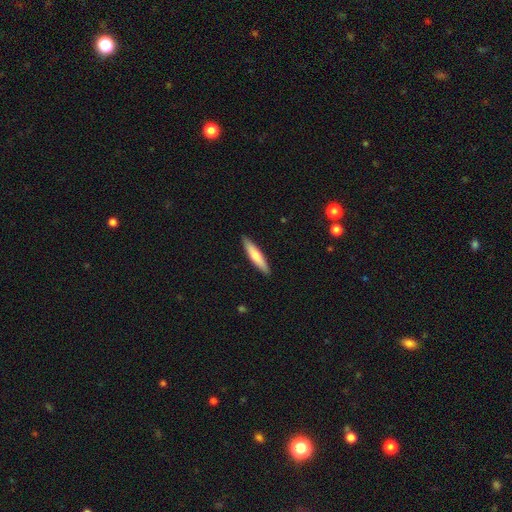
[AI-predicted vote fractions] Smooth or featured?
  - smooth: 71% *
  - featured or disk: 24%
  - star or artifact: 5%
How rounded?
  - cigar-shaped: 87% *
  - in between: 12%
  - round: 1%
Merging?
  - none: 91% *
  - minor disturbance: 7%
  - major disturbance: 1%
  - merger: 1%